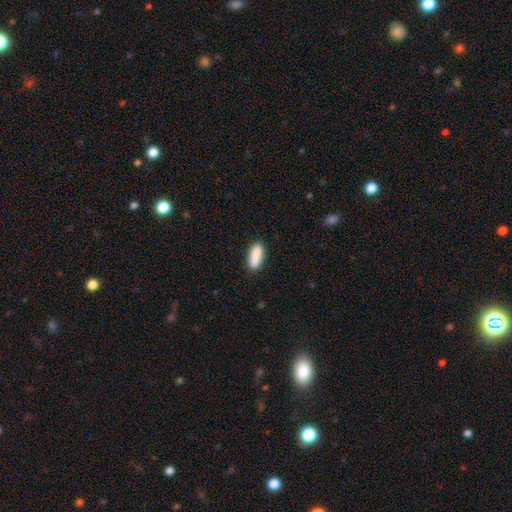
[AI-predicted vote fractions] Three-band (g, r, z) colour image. It shows a smooth galaxy with no disk features (88%) that is in between round and cigar-shaped (59%). Merging: none (84%).